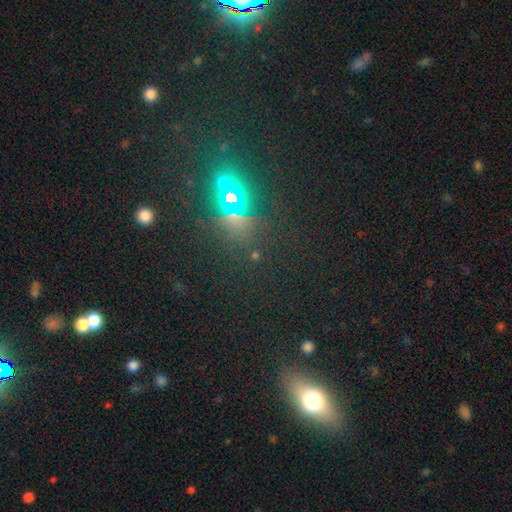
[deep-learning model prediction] Smooth or featured?
  - star or artifact: 61% *
  - smooth: 29%
  - featured or disk: 11%